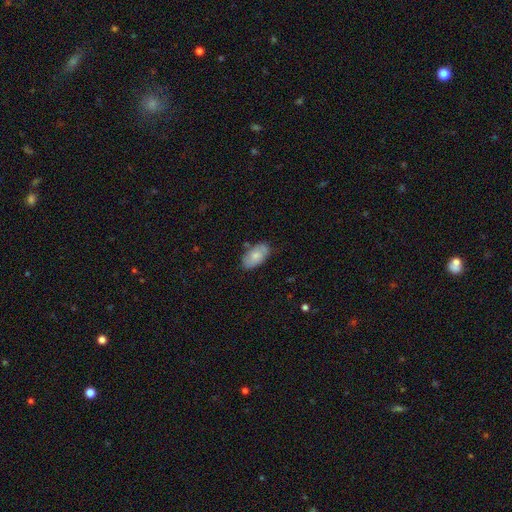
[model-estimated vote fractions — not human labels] Smooth or featured? Predicted: smooth (p=0.74). How rounded? Predicted: in between (p=0.94). Merging? Predicted: none (p=0.76).